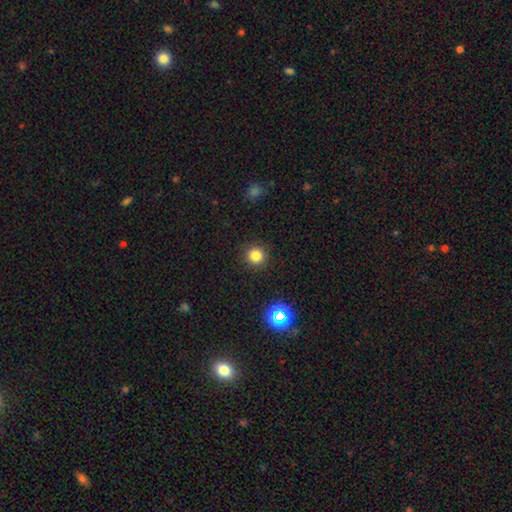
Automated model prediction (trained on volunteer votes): Q: Smooth or featured?
A: smooth (80%); runner-up: star or artifact (15%)
Q: How rounded?
A: round (94%); runner-up: in between (5%)
Q: Merging?
A: none (91%); runner-up: minor disturbance (6%)